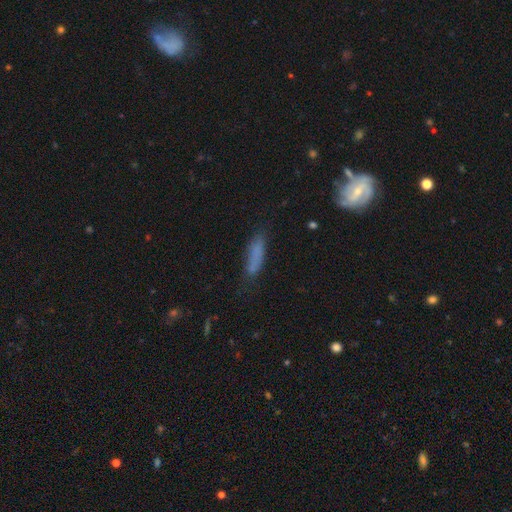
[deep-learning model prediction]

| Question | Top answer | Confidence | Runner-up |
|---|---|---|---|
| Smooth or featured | smooth | 71% | featured or disk (17%) |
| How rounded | cigar-shaped | 70% | in between (28%) |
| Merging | none | 64% | minor disturbance (24%) |